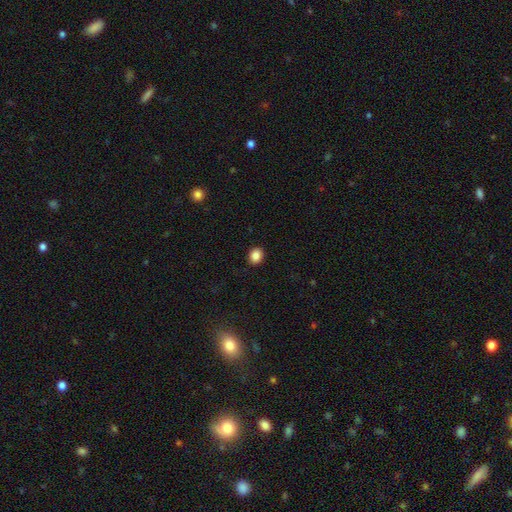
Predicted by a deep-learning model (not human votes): smooth_or_featured: smooth (p=0.86) [alt: star or artifact p=0.10]
how_rounded: round (p=0.57) [alt: in between p=0.42]
merging: none (p=0.91) [alt: minor disturbance p=0.07]